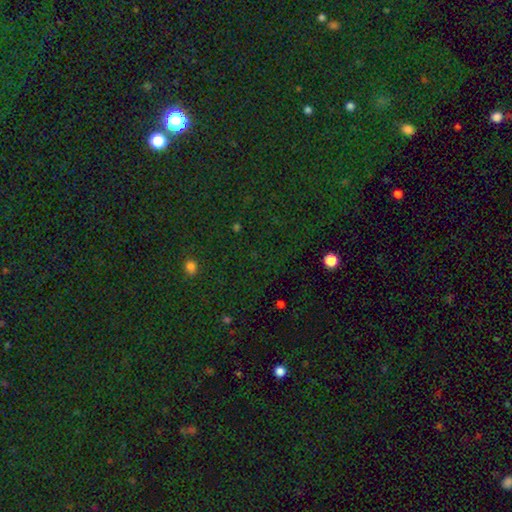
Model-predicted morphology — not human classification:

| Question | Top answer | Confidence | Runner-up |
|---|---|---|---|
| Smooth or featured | star or artifact | 72% | smooth (20%) |